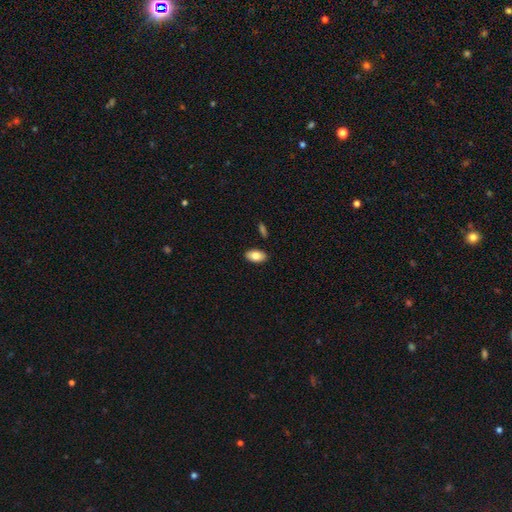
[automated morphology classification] Smooth or featured?
  - smooth: 82% *
  - featured or disk: 12%
  - star or artifact: 7%
How rounded?
  - in between: 93% *
  - round: 5%
  - cigar-shaped: 2%
Merging?
  - none: 88% *
  - minor disturbance: 8%
  - merger: 2%
  - major disturbance: 2%